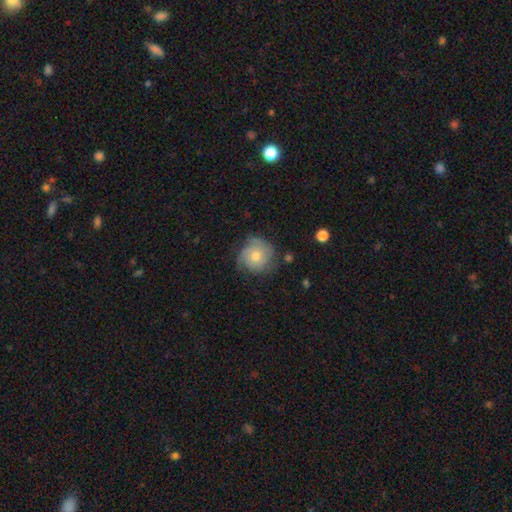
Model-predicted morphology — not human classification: Smooth or featured: smooth — 52% (featured or disk — 40%)
How rounded: round — 88% (in between — 11%)
Merging: none — 60% (minor disturbance — 28%)